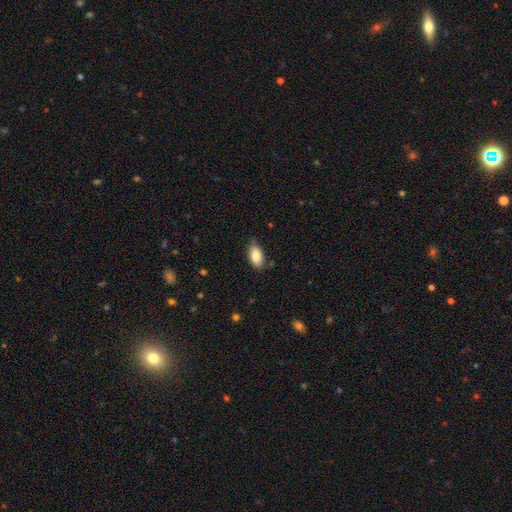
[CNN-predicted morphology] The model was most divided on "merging": none: 73%, minor disturbance: 21%, major disturbance: 3%, merger: 2%. More confident: how rounded — in between (93%); smooth or featured — smooth (85%).